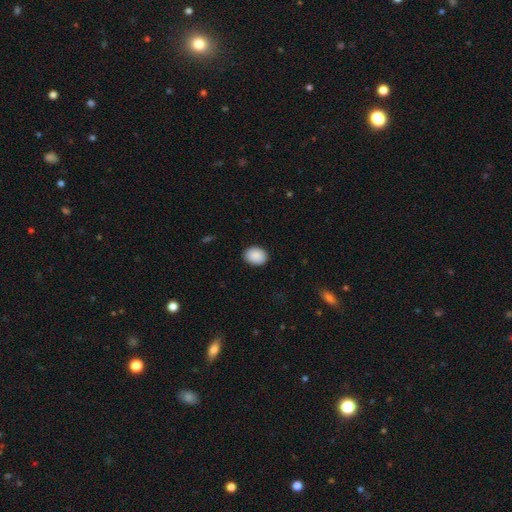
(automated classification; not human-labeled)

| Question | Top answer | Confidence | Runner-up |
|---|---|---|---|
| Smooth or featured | smooth | 90% | star or artifact (7%) |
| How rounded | in between | 66% | round (33%) |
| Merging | none | 89% | minor disturbance (8%) |